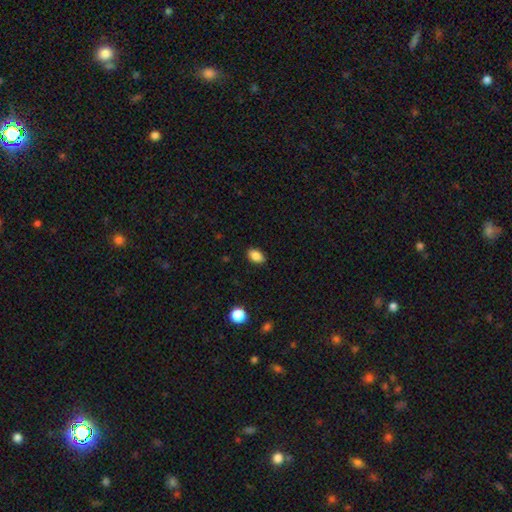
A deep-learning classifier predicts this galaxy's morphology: Overall: smooth (86%). How rounded: in between (86%). Merging: none (87%).